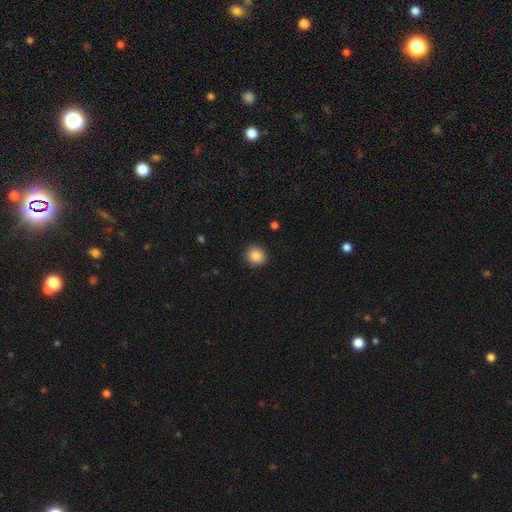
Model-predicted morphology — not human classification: Smooth or featured?
  - smooth: 88% *
  - star or artifact: 9%
  - featured or disk: 3%
How rounded?
  - round: 88% *
  - in between: 11%
  - cigar-shaped: 1%
Merging?
  - none: 91% *
  - minor disturbance: 6%
  - major disturbance: 2%
  - merger: 1%